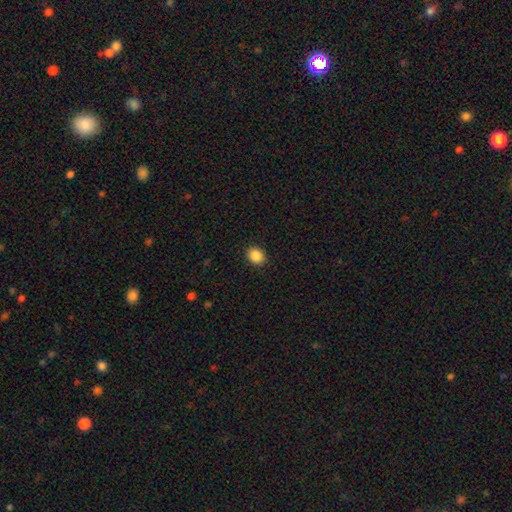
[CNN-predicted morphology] smooth-or-featured: smooth: 87% | star or artifact: 10% | featured or disk: 3%
  how-rounded: round: 63% | in between: 36% | cigar-shaped: 1%
  merging: none: 90% | minor disturbance: 7% | major disturbance: 2% | merger: 1%